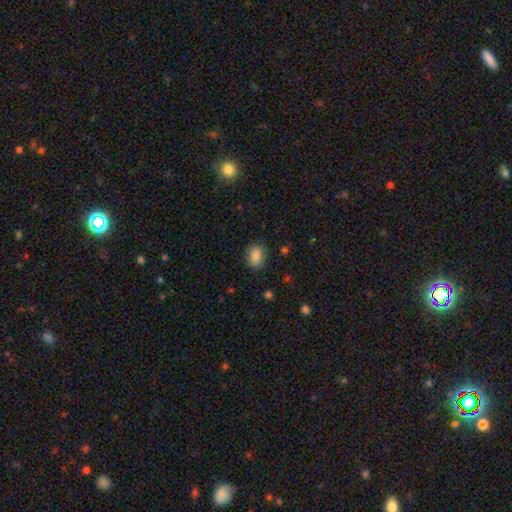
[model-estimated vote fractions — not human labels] Morphology: type=smooth (86%); roundness=in between (66%); merging=none (81%).